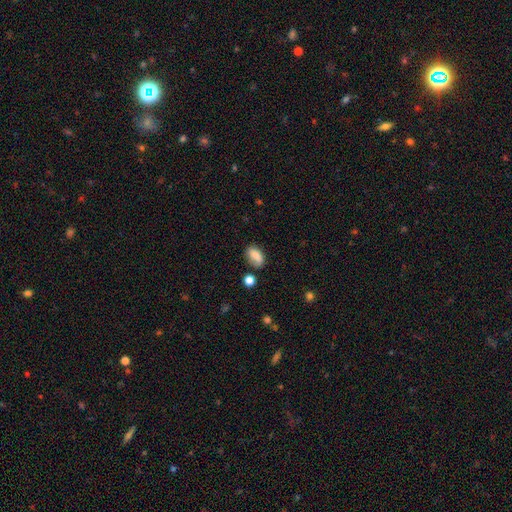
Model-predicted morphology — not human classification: Q: Smooth or featured?
A: smooth (79%); runner-up: featured or disk (12%)
Q: How rounded?
A: in between (85%); runner-up: round (10%)
Q: Merging?
A: none (63%); runner-up: minor disturbance (24%)